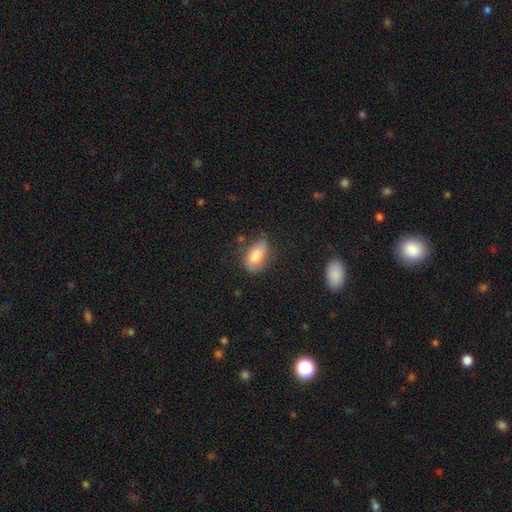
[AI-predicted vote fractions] This appears to be a smooth galaxy with no disk features (72%) that is in between round and cigar-shaped (89%). Merging: none (63%).